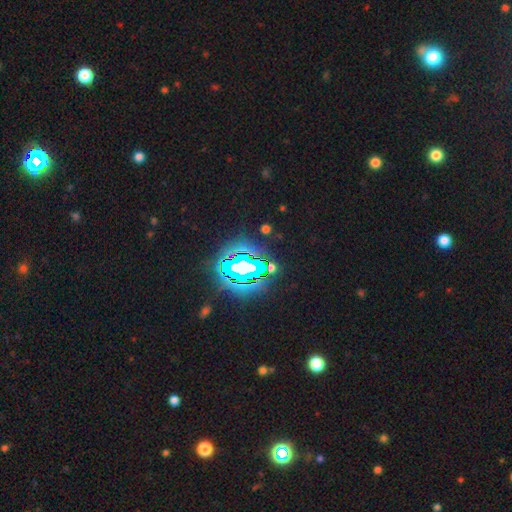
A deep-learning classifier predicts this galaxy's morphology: A star or artifact, not a galaxy (76%).